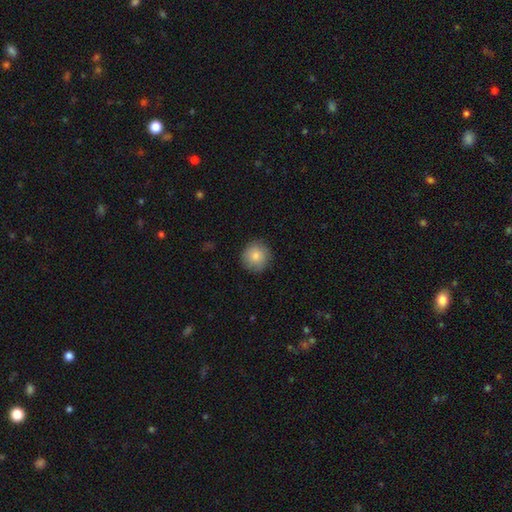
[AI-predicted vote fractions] A smooth galaxy with no disk features (84%) that is round (94%).

Vote fractions:
- Smooth or featured? smooth: 84% / featured or disk: 8% / star or artifact: 8%
- How rounded? round: 94% / in between: 6% / cigar-shaped: 1%
- Merging? none: 87% / minor disturbance: 10% / major disturbance: 2% / merger: 1%